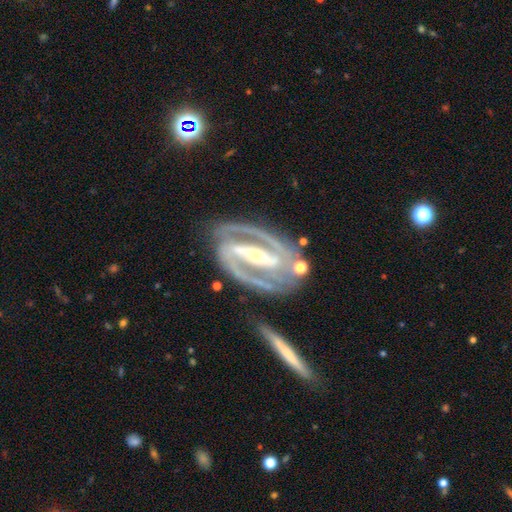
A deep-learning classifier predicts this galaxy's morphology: This appears to be a featured or disk galaxy (93%) with a strong bar (82%), 2 (93%) tight (53%) spiral arms (98%) and a small central bulge (49%). Merging: none (78%).